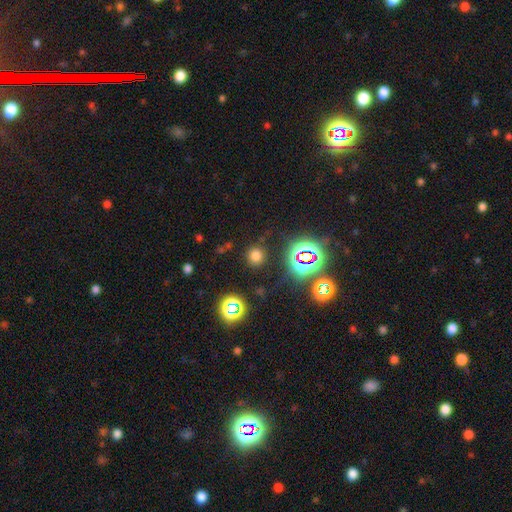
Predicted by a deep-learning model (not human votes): smooth_or_featured: smooth (p=0.68) [alt: star or artifact p=0.27]
how_rounded: round (p=0.91) [alt: in between p=0.08]
merging: none (p=0.85) [alt: minor disturbance p=0.09]